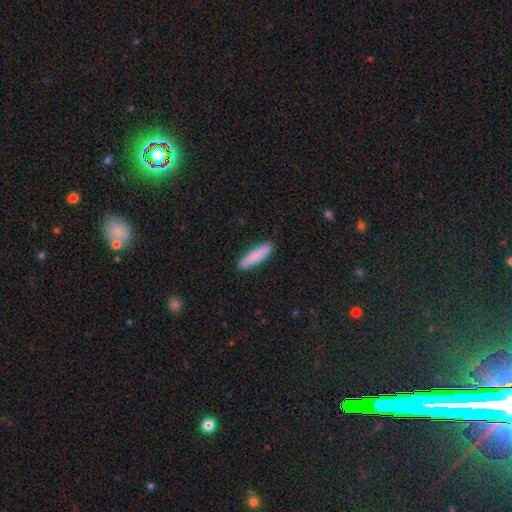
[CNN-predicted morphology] This appears to be a smooth galaxy with no disk features (85%) that is cigar-shaped (75%). Merging: none (88%).